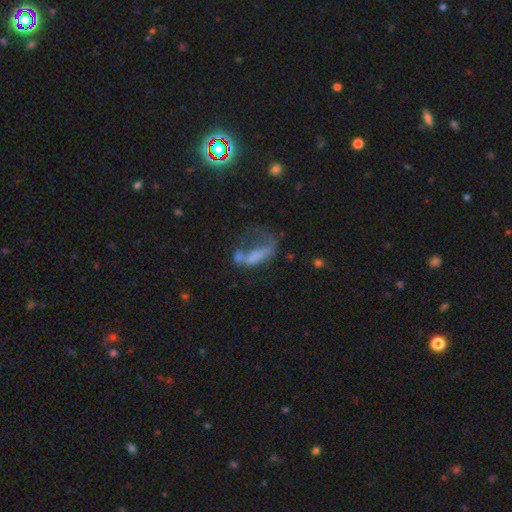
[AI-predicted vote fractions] Morphology: type=smooth (47%); merging=major disturbance (49%).